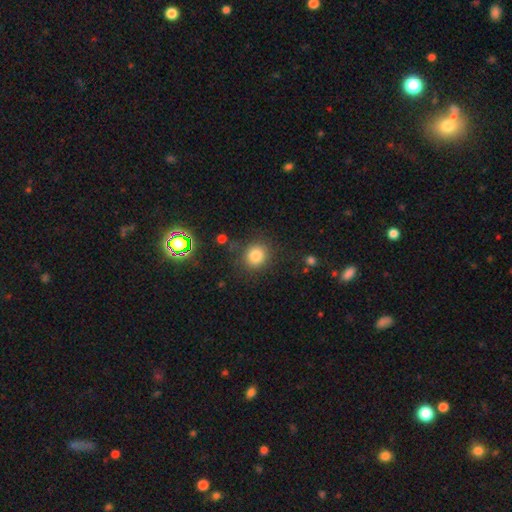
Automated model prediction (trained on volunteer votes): The model was most divided on "smooth or featured": smooth: 82%, star or artifact: 12%, featured or disk: 6%. More confident: how rounded — round (87%); merging — none (82%).